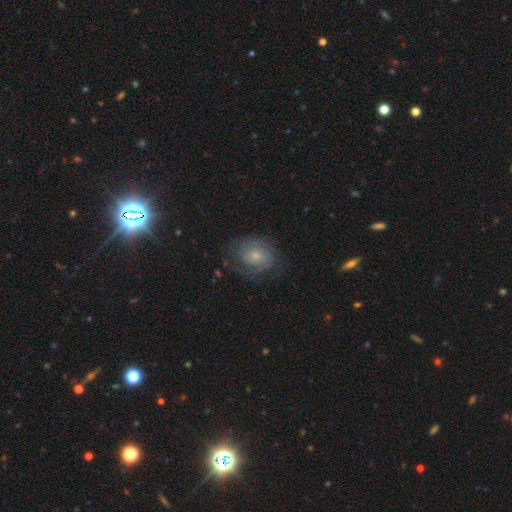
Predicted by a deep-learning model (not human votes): Smooth or featured: featured or disk — 54% (smooth — 37%)
Edge-on disk: no — 97% (yes — 3%)
Bar: no — 76% (weak — 20%)
Spiral arms: yes — 84% (no — 16%)
Bulge size: small — 65% (moderate — 26%)
Merging: none — 69% (minor disturbance — 19%)